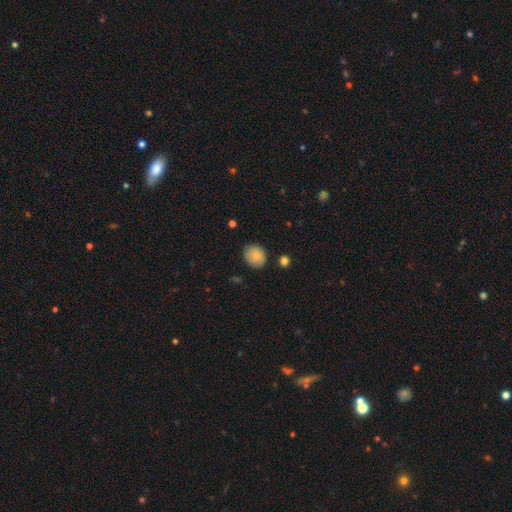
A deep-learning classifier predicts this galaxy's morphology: Smooth or featured?
  - smooth: 81% *
  - featured or disk: 11%
  - star or artifact: 8%
How rounded?
  - round: 74% *
  - in between: 26%
  - cigar-shaped: 1%
Merging?
  - none: 83% *
  - minor disturbance: 13%
  - major disturbance: 2%
  - merger: 2%